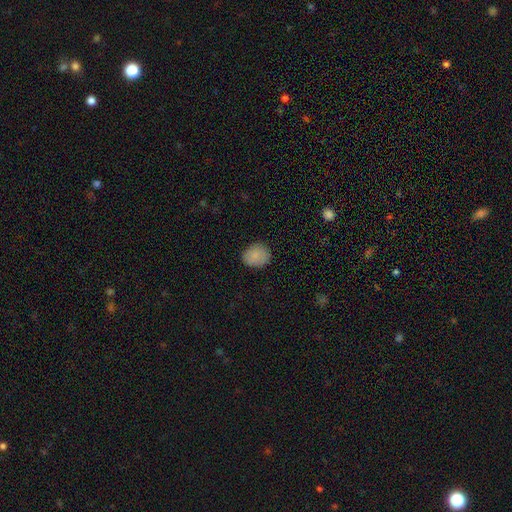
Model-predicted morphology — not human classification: smooth_or_featured: smooth (p=0.85) [alt: star or artifact p=0.08]
how_rounded: round (p=0.64) [alt: in between p=0.35]
merging: none (p=0.85) [alt: minor disturbance p=0.12]